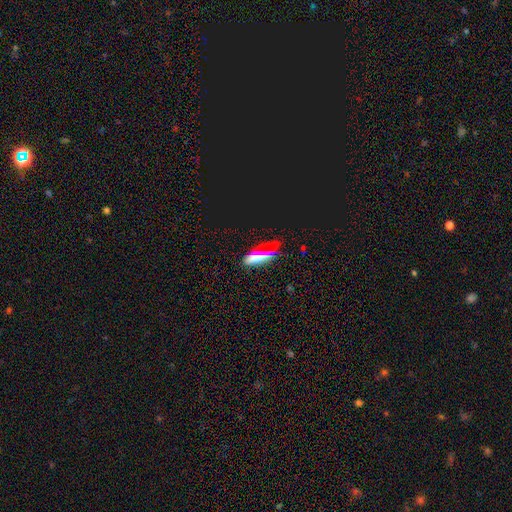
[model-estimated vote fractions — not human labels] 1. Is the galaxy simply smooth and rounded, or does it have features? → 58% smooth, 31% star or artifact, 11% featured or disk.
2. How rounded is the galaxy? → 71% in between, 21% cigar-shaped, 8% round.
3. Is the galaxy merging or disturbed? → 80% none, 13% minor disturbance, 4% major disturbance, 3% merger.